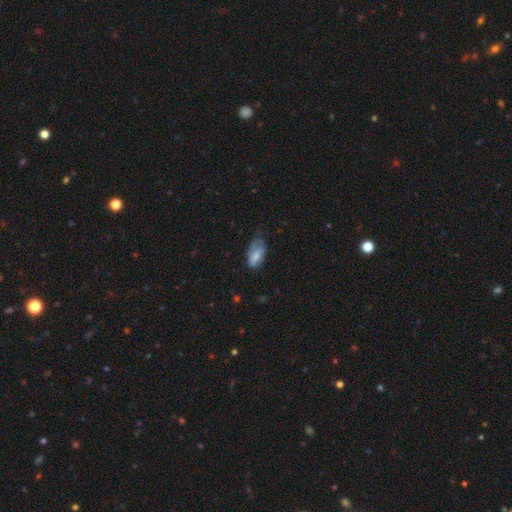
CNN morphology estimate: This appears to be a smooth galaxy with no disk features (73%) that is in between round and cigar-shaped (89%). Merging: none (41%).